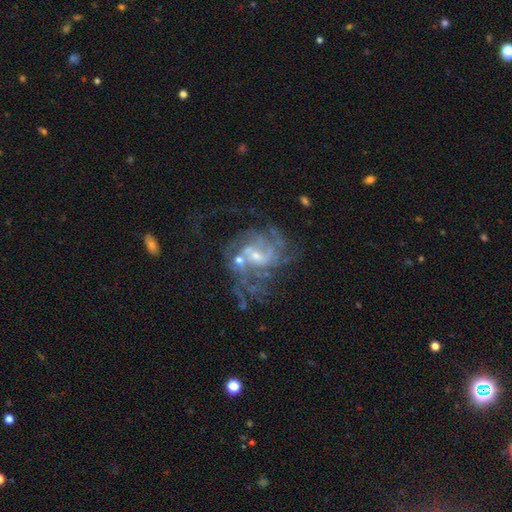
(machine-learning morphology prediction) Smooth or featured: featured or disk — 81% (star or artifact — 10%)
Edge-on disk: no — 98% (yes — 2%)
Bar: no — 49% (weak — 41%)
Spiral arms: yes — 84% (no — 16%)
Spiral winding: medium — 42% (tight — 37%)
Spiral arm count: can't tell — 40% (2 — 18%)
Bulge size: small — 59% (moderate — 30%)
Merging: none — 42% (major disturbance — 25%)